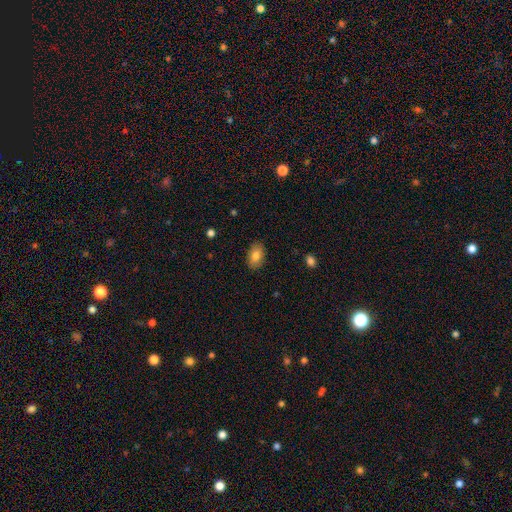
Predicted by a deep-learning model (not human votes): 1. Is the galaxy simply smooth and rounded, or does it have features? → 83% smooth, 10% featured or disk, 7% star or artifact.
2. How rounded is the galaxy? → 90% in between, 9% round, 1% cigar-shaped.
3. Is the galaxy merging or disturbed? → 87% none, 9% minor disturbance, 2% major disturbance, 1% merger.